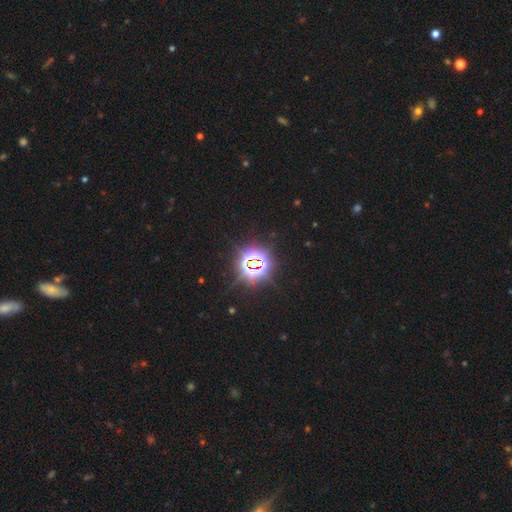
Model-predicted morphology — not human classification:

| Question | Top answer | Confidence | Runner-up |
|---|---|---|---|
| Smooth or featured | star or artifact | 81% | smooth (11%) |